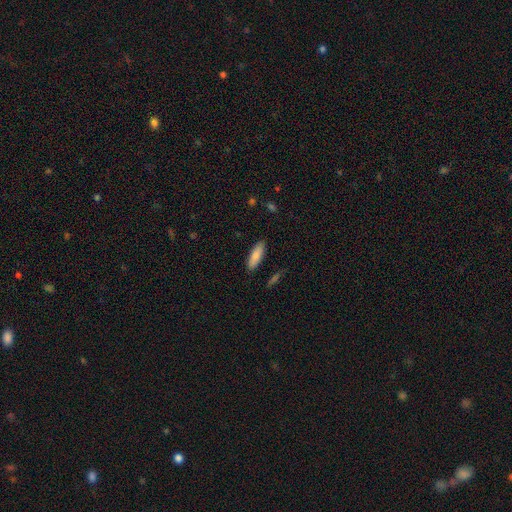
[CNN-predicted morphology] smooth-or-featured: smooth: 84% | featured or disk: 10% | star or artifact: 6%
  how-rounded: in between: 50% | cigar-shaped: 48% | round: 2%
  merging: none: 87% | minor disturbance: 9% | major disturbance: 2% | merger: 2%